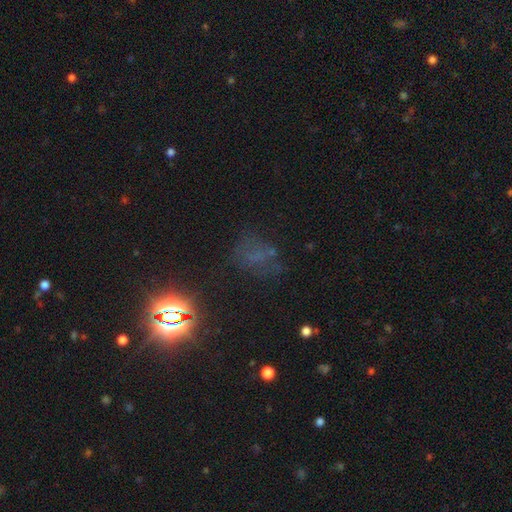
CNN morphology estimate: Smooth or featured: star or artifact — 49% (smooth — 31%)